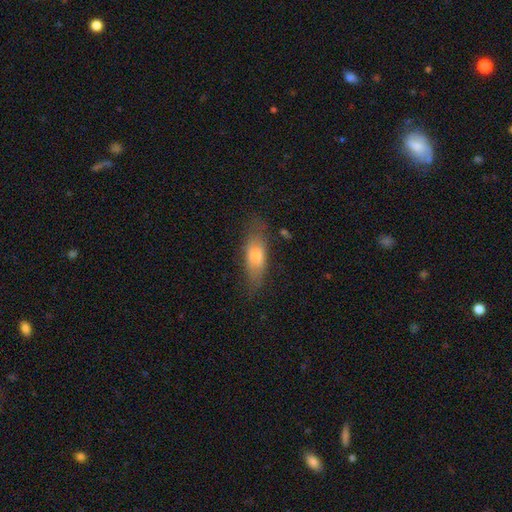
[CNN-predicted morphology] smooth 62%, featured or disk 30%, star or artifact 8%. Down the decision tree: how rounded — in between (58%); merging — none (69%).